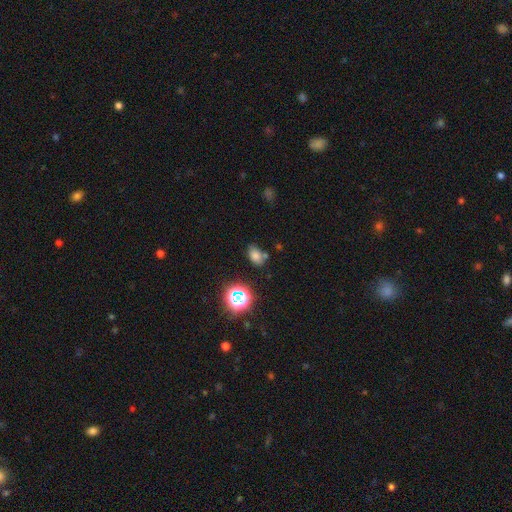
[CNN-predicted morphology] Smooth or featured? smooth (71%)
How rounded? in between (82%)
Merging? none (68%)